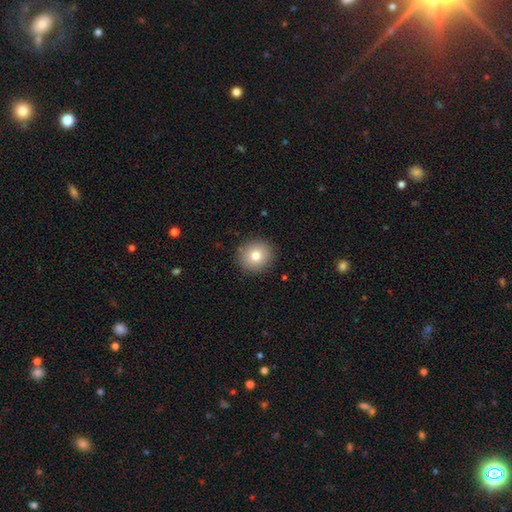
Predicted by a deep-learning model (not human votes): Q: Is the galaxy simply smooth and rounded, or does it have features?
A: smooth — 79%.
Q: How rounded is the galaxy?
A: round — 87%.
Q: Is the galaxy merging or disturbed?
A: none — 90%.